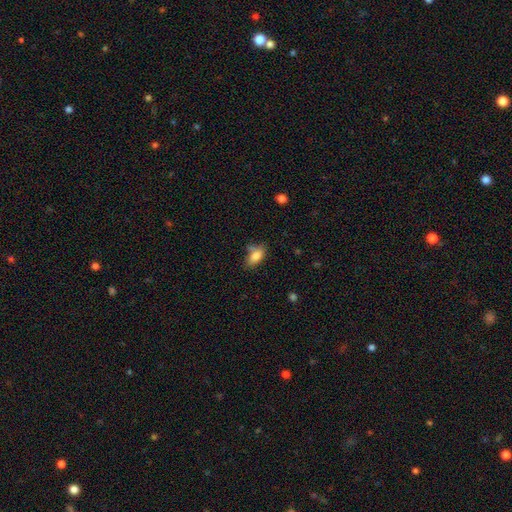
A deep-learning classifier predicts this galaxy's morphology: The model was most divided on "merging": none: 60%, minor disturbance: 23%, merger: 11%, major disturbance: 6%. More confident: how rounded — in between (89%); smooth or featured — smooth (83%).